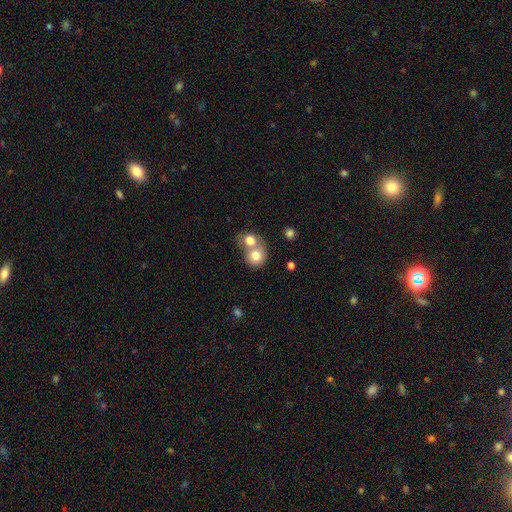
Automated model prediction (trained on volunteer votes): Smooth or featured: smooth — 76% (featured or disk — 16%)
How rounded: round — 74% (in between — 25%)
Merging: merger — 66% (none — 24%)